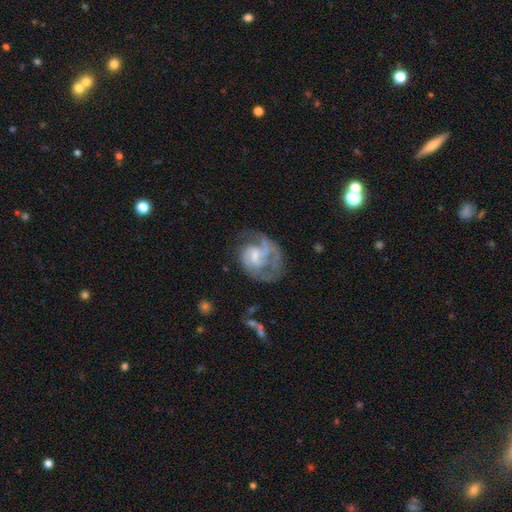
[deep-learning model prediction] smooth_or_featured: featured or disk (p=0.77) [alt: smooth p=0.17]
disk_edge_on: no (p=0.98) [alt: yes p=0.02]
bar: weak (p=0.47) [alt: no p=0.44]
has_spiral_arms: yes (p=0.86) [alt: no p=0.14]
spiral_winding: medium (p=0.45) [alt: tight p=0.32]
spiral_arm_count: 2 (p=0.44) [alt: can't tell p=0.22]
bulge_size: small (p=0.47) [alt: moderate p=0.32]
merging: none (p=0.44) [alt: major disturbance p=0.32]